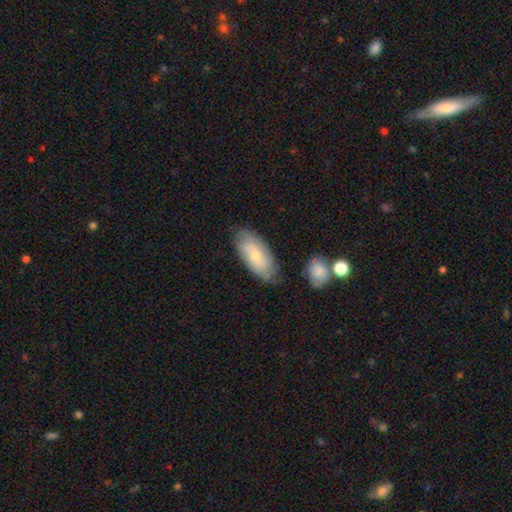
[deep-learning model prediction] A smooth galaxy with no disk features (54%) that is in between round and cigar-shaped (90%). Merging: none (71%).